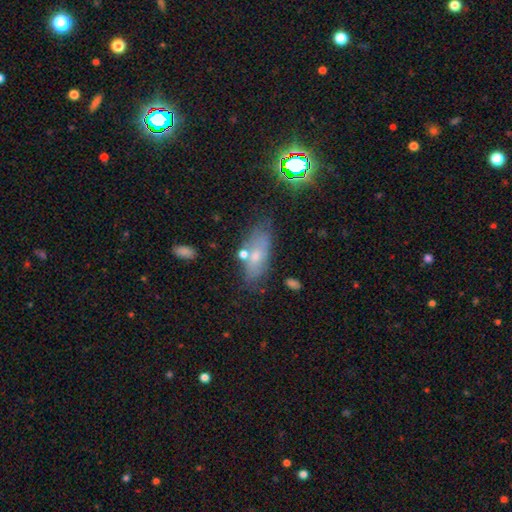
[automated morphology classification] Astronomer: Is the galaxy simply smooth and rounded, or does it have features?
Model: smooth — 58%.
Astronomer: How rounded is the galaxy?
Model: in between — 78%.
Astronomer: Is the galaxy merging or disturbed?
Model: none — 64%.